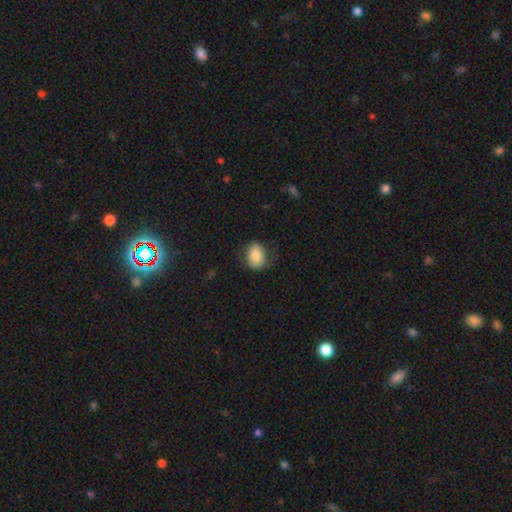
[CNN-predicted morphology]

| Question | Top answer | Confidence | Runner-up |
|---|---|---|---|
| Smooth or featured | smooth | 83% | featured or disk (10%) |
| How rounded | in between | 71% | round (28%) |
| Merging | none | 72% | minor disturbance (20%) |